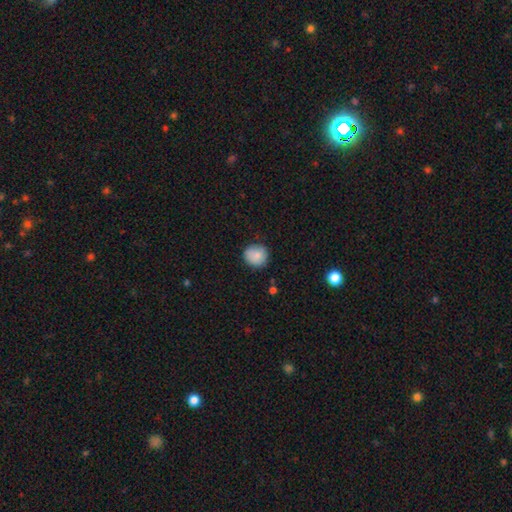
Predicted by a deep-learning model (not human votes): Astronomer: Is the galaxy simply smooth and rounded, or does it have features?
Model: smooth — 84%.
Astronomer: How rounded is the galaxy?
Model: round — 84%.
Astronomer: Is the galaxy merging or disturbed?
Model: none — 82%.